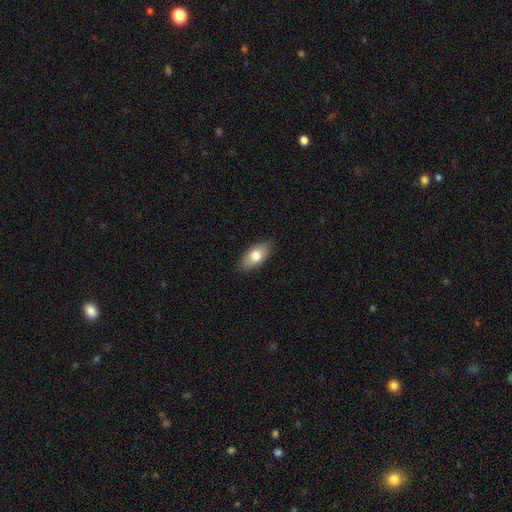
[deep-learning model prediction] Morphology: type=smooth (76%); roundness=in between (91%); merging=none (85%).